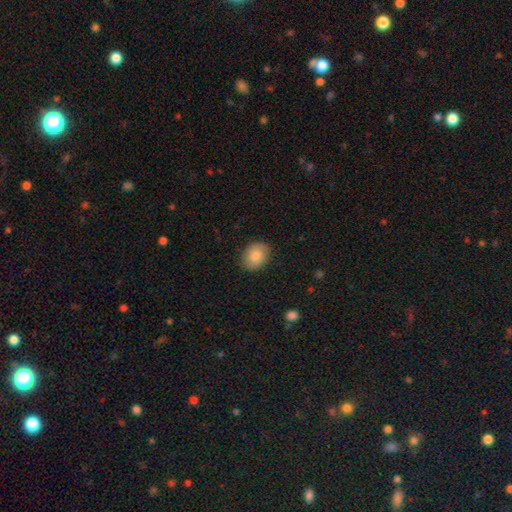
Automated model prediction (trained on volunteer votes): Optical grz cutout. It shows a smooth galaxy with no disk features (82%) that is in between round and cigar-shaped (58%). Merging: none (86%).